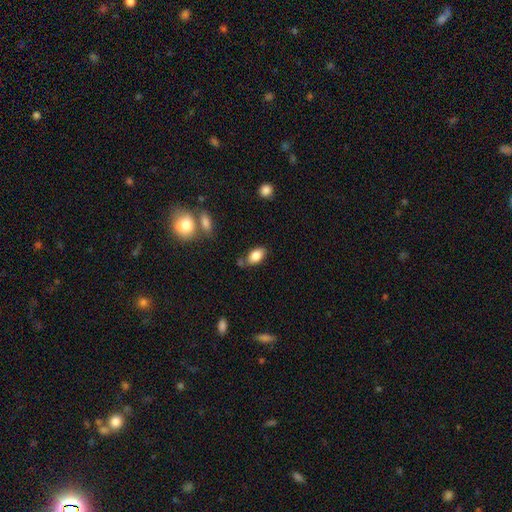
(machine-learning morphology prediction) type=smooth (83%); roundness=in between (91%); merging=none (74%).